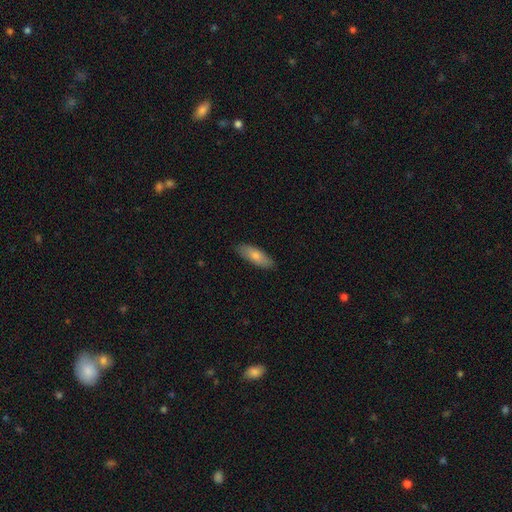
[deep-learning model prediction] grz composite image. It shows a smooth galaxy with no disk features (78%) that is in between round and cigar-shaped (65%). Merging: none (87%).